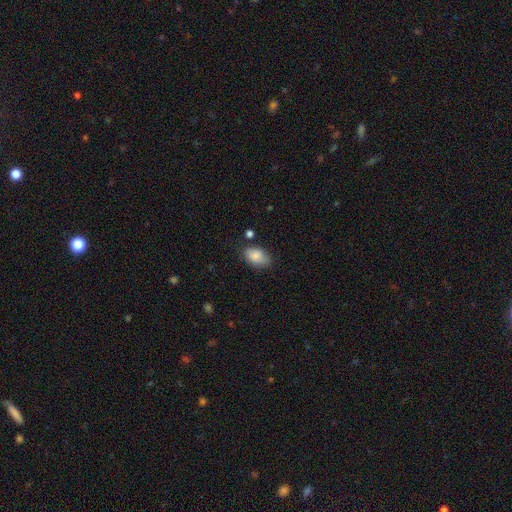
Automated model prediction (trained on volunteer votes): Morphology: type=smooth (84%); roundness=in between (90%); merging=none (73%).